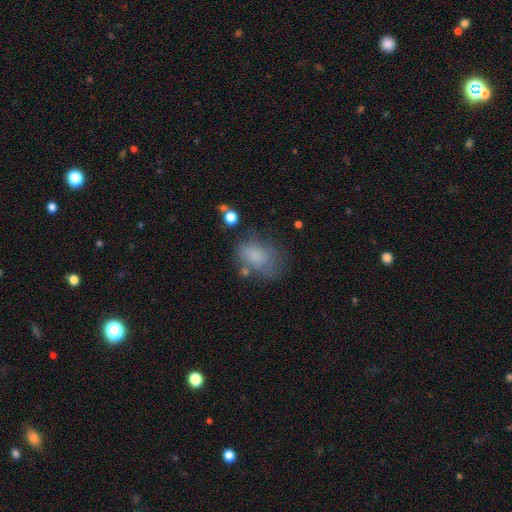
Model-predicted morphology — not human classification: Smooth or featured?
  - smooth: 73% *
  - featured or disk: 16%
  - star or artifact: 11%
How rounded?
  - in between: 78% *
  - round: 21%
  - cigar-shaped: 1%
Merging?
  - none: 45% *
  - minor disturbance: 28%
  - major disturbance: 20%
  - merger: 7%